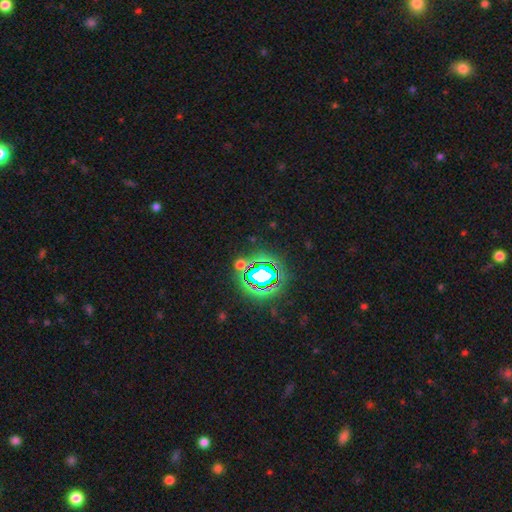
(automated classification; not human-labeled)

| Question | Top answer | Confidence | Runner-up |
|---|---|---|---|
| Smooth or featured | star or artifact | 82% | smooth (11%) |